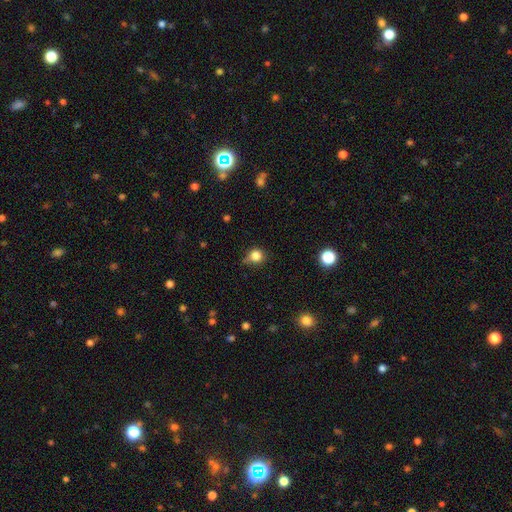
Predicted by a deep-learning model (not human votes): This is clearly a smooth galaxy (83%). How rounded: clearly round (87%). Merging: possibly none (58%).